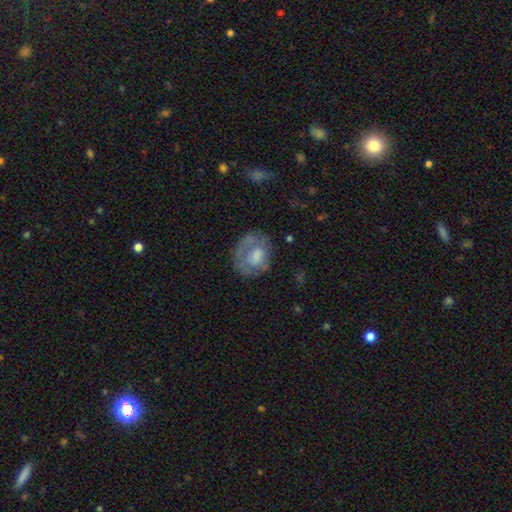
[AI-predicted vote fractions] Overall: smooth (48%; featured or disk 44%). Merging: none (59%; minor disturbance 24%).